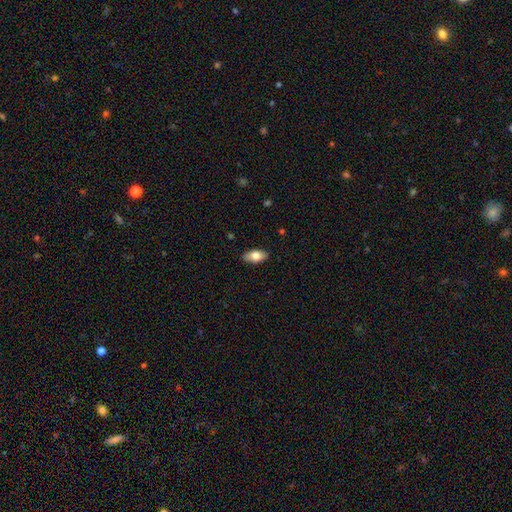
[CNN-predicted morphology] A smooth galaxy with no disk features (75%) that is in between round and cigar-shaped (90%).

Vote fractions:
- Smooth or featured? smooth: 75% / featured or disk: 18% / star or artifact: 7%
- How rounded? in between: 90% / cigar-shaped: 6% / round: 3%
- Merging? none: 88% / minor disturbance: 9% / major disturbance: 2% / merger: 1%